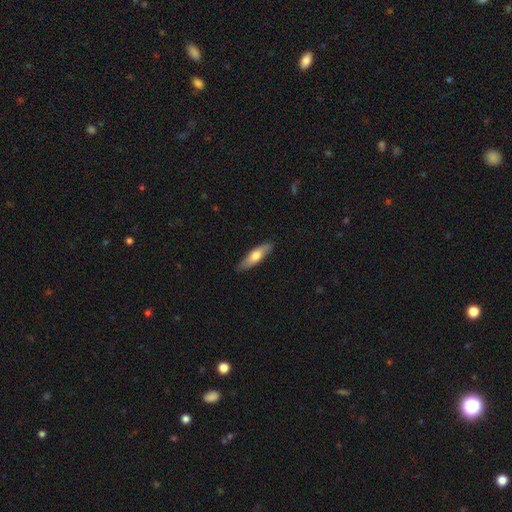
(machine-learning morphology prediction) Overall: smooth (61%; featured or disk 34%). How rounded: cigar-shaped (57%; in between 41%). Merging: none (85%).